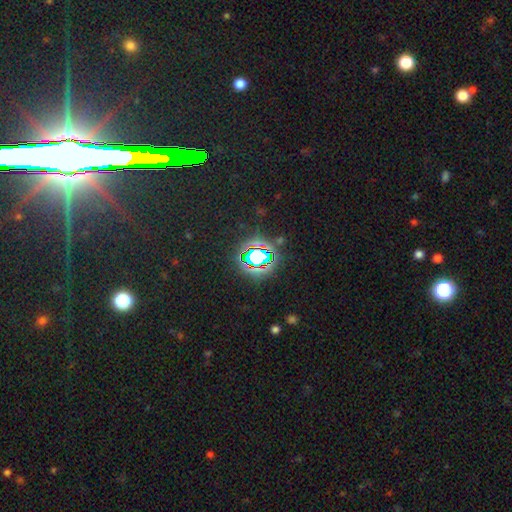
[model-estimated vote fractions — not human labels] star or artifact 72%, smooth 18%, featured or disk 10%.